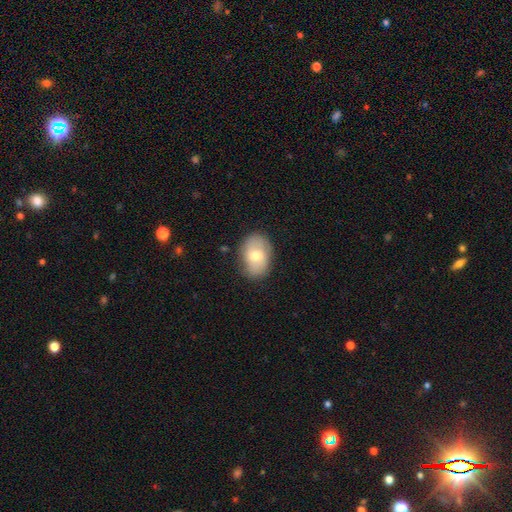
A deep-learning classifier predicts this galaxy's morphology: A smooth galaxy with no disk features (63%) that is in between round and cigar-shaped (78%).

Vote fractions:
- Smooth or featured? smooth: 63% / featured or disk: 30% / star or artifact: 7%
- How rounded? in between: 78% / round: 20% / cigar-shaped: 1%
- Merging? none: 79% / minor disturbance: 16% / major disturbance: 4% / merger: 1%